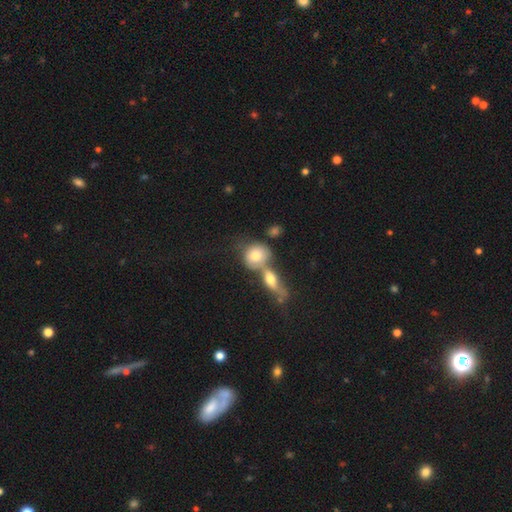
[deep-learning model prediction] Smooth or featured?
  - smooth: 70% *
  - featured or disk: 22%
  - star or artifact: 8%
How rounded?
  - round: 62% *
  - in between: 33%
  - cigar-shaped: 4%
Merging?
  - merger: 56% *
  - none: 29%
  - minor disturbance: 9%
  - major disturbance: 6%